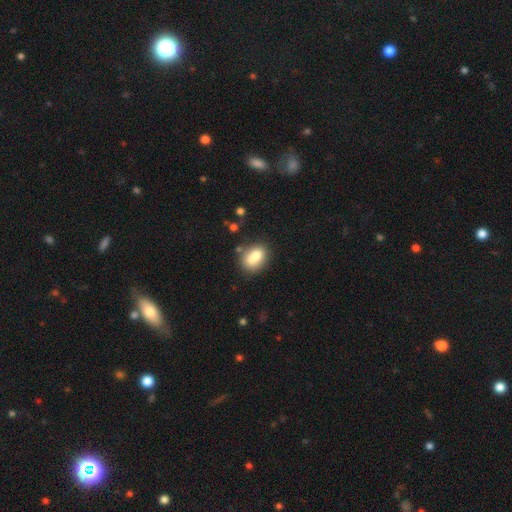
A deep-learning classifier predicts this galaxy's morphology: smooth_or_featured: smooth (p=0.78) [alt: featured or disk p=0.13]
how_rounded: in between (p=0.75) [alt: round p=0.22]
merging: none (p=0.61) [alt: minor disturbance p=0.17]